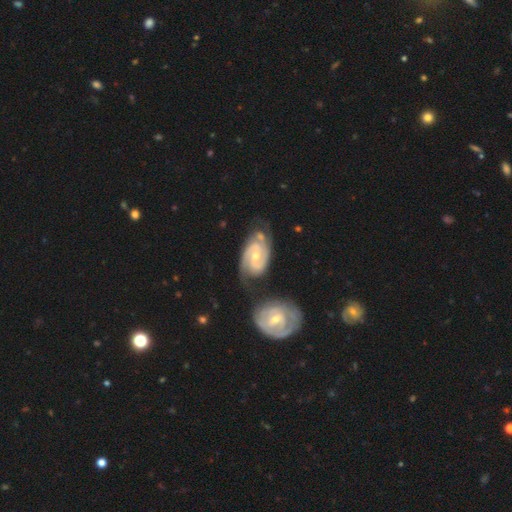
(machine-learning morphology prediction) Q: Smooth or featured?
A: featured or disk (89%); runner-up: smooth (6%)
Q: Edge-on disk?
A: no (97%); runner-up: yes (3%)
Q: Bar?
A: no (46%); runner-up: weak (41%)
Q: Spiral arms?
A: yes (98%); runner-up: no (2%)
Q: Spiral winding?
A: tight (58%); runner-up: medium (35%)
Q: Spiral arm count?
A: 2 (84%); runner-up: can't tell (6%)
Q: Bulge size?
A: moderate (52%); runner-up: small (45%)
Q: Merging?
A: none (52%); runner-up: merger (23%)